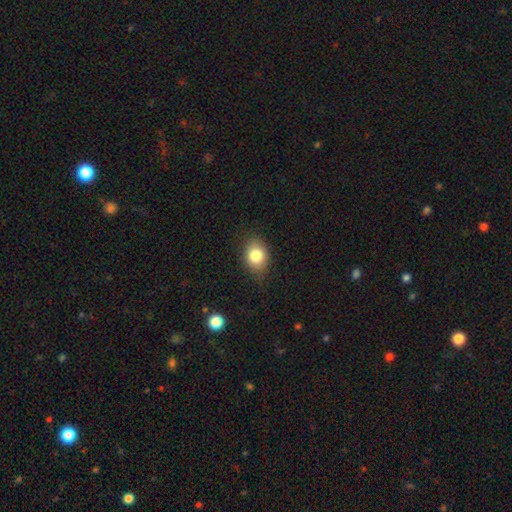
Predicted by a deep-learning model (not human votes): smooth 82%, star or artifact 9%, featured or disk 9%. Down the decision tree: how rounded — in between (63%); merging — none (79%).